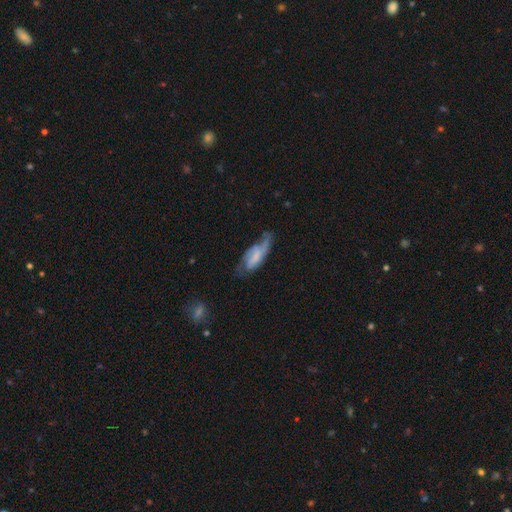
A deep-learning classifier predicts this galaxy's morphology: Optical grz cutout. It shows a featured or disk galaxy (58%) with no bar (47%), spiral arms (82%) and no central bulge (42%). Merging: none (41%).